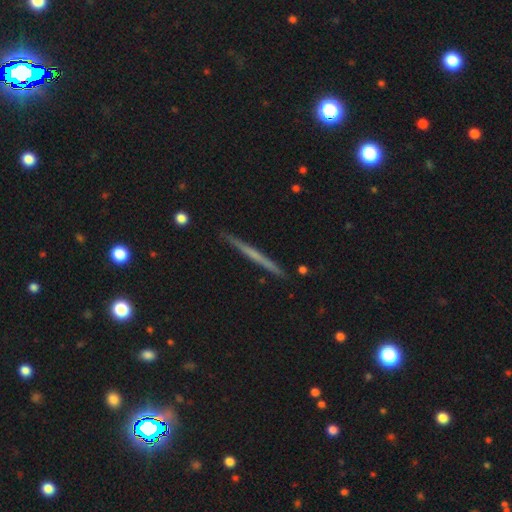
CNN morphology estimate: type=featured or disk (58%); edge-on=yes (98%); edge-on bulge=none (82%); merging=none (91%).